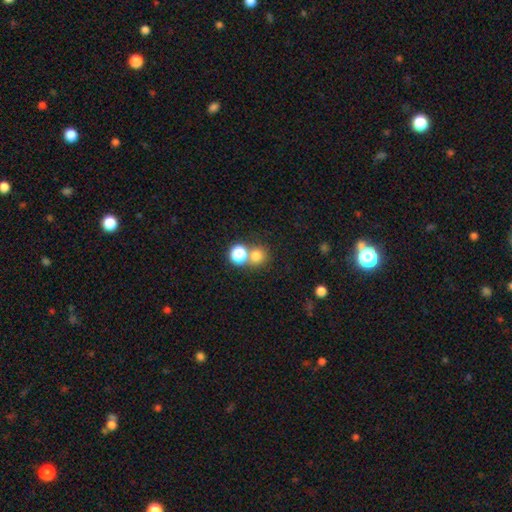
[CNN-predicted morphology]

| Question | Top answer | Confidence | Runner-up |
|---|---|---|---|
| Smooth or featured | smooth | 74% | star or artifact (18%) |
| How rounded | round | 88% | in between (12%) |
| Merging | none | 60% | merger (30%) |